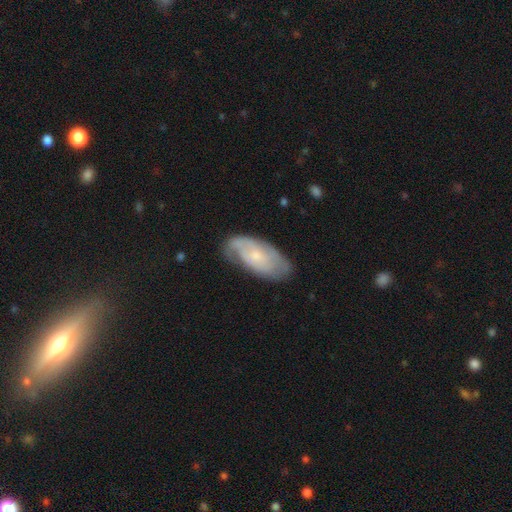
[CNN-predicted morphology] The model was most divided on "smooth or featured": featured or disk: 59%, smooth: 35%, star or artifact: 6%. More confident: edge-on disk — no (92%); spiral arms — yes (80%); bar — no (75%); bulge size — small (67%); merging — none (63%).